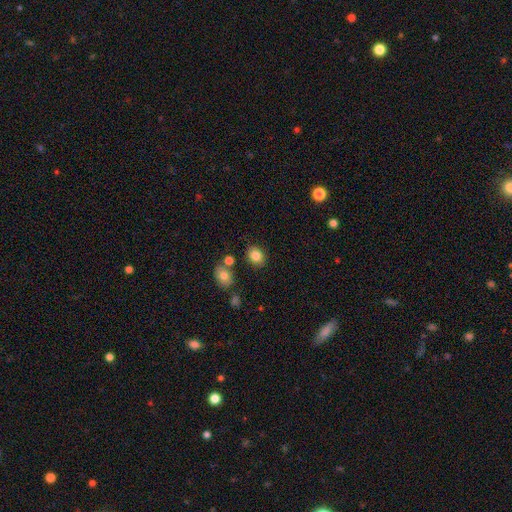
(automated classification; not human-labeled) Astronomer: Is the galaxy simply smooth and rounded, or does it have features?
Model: smooth — 82%.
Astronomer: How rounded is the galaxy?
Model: round — 52% (runner-up: in between, 47%).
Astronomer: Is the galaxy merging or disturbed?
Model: none — 80%.